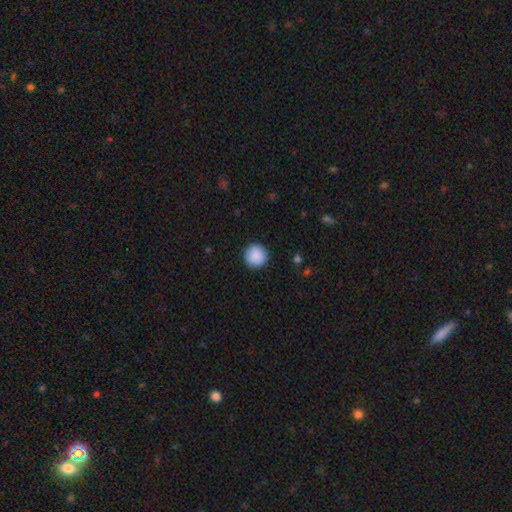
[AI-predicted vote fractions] A smooth galaxy with no disk features (89%) that is round (96%). Merging: none (92%).